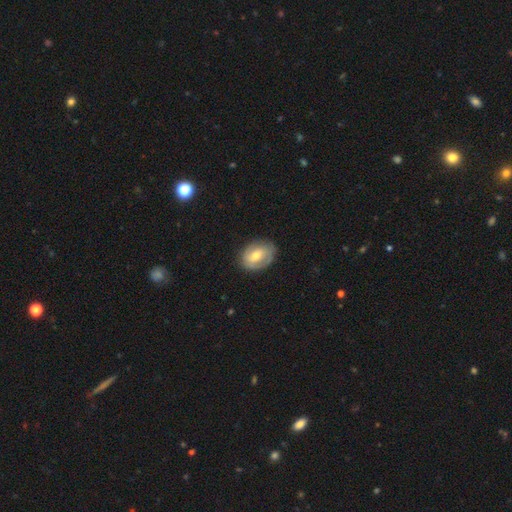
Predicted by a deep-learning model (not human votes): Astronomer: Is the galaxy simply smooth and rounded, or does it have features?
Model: featured or disk — 47%, tied with smooth at 47%.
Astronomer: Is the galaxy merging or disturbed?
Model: none — 76%.